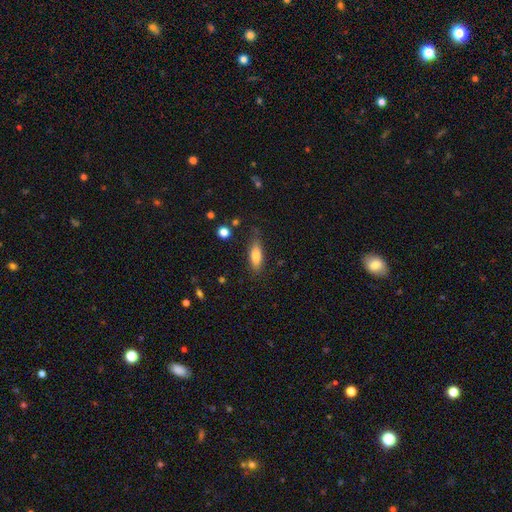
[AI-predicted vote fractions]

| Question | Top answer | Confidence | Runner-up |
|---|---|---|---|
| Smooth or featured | smooth | 79% | featured or disk (14%) |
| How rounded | in between | 67% | cigar-shaped (30%) |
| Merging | none | 74% | minor disturbance (19%) |